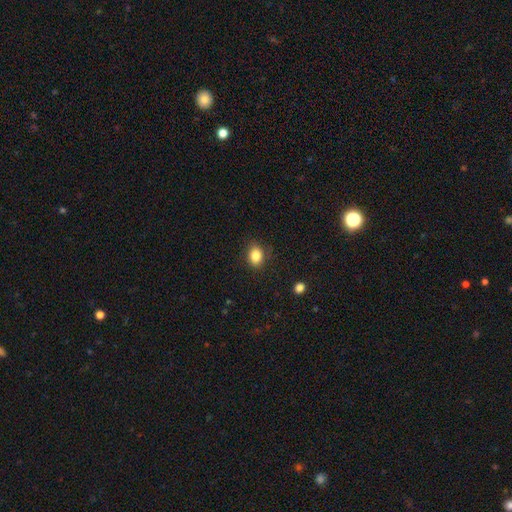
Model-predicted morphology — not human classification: Overall: smooth (85%). How rounded: in between (65%; round 34%). Merging: none (84%).